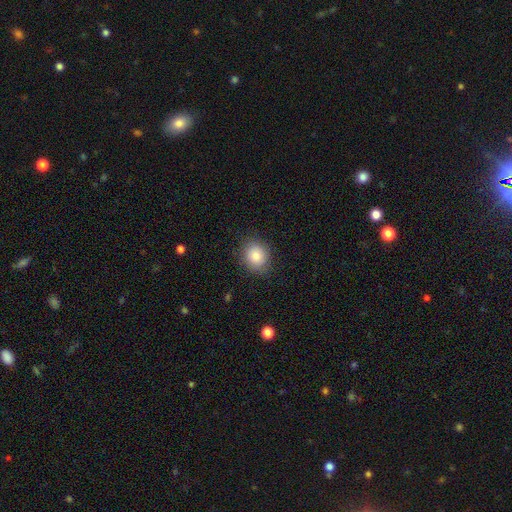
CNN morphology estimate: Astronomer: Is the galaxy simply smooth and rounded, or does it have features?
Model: smooth — 85%.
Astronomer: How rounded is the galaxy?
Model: round — 63%.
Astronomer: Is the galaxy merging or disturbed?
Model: none — 85%.